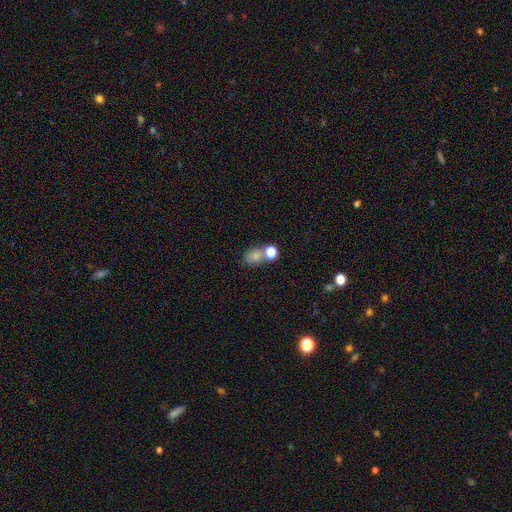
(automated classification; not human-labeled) A smooth galaxy with no disk features (78%) that is in between round and cigar-shaped (56%).

Vote fractions:
- Smooth or featured? smooth: 78% / star or artifact: 14% / featured or disk: 8%
- How rounded? in between: 56% / round: 42% / cigar-shaped: 1%
- Merging? none: 47% / merger: 36% / minor disturbance: 11% / major disturbance: 6%